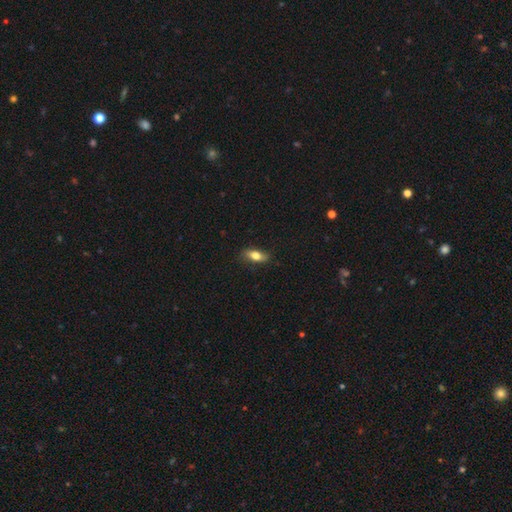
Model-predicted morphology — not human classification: smooth 75%, featured or disk 18%, star or artifact 7%. Down the decision tree: how rounded — in between (79%); merging — none (79%).